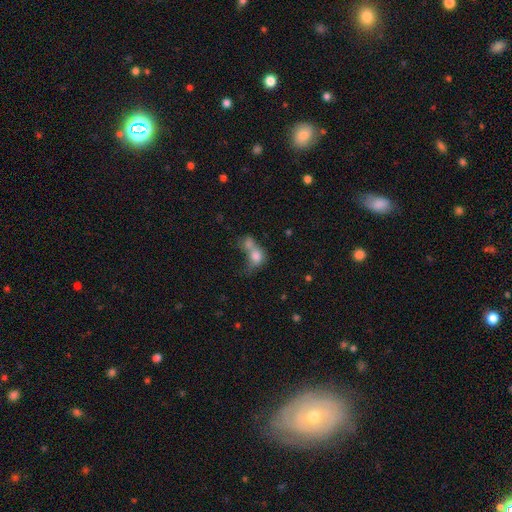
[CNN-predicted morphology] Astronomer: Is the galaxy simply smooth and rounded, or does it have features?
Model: smooth — 71%.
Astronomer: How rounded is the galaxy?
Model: in between — 59% (runner-up: round, 38%).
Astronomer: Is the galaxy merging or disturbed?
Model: merger — 65%.